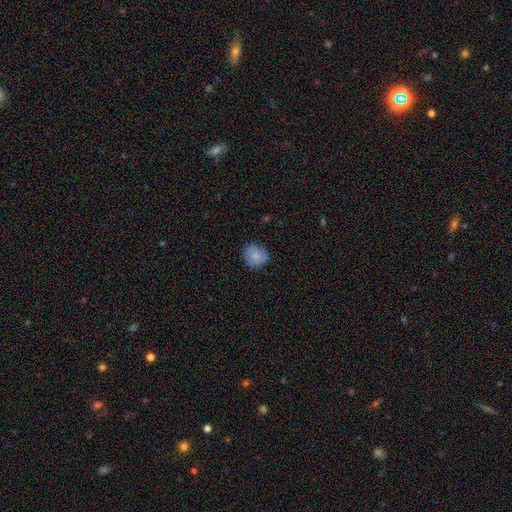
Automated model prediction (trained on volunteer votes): Morphology: type=smooth (83%); roundness=round (86%); merging=none (81%).